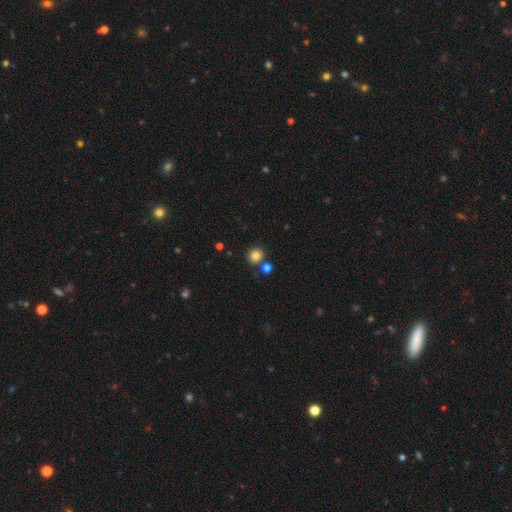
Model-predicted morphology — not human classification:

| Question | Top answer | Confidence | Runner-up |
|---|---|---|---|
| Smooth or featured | smooth | 82% | star or artifact (12%) |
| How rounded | round | 88% | in between (11%) |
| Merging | none | 79% | merger (11%) |